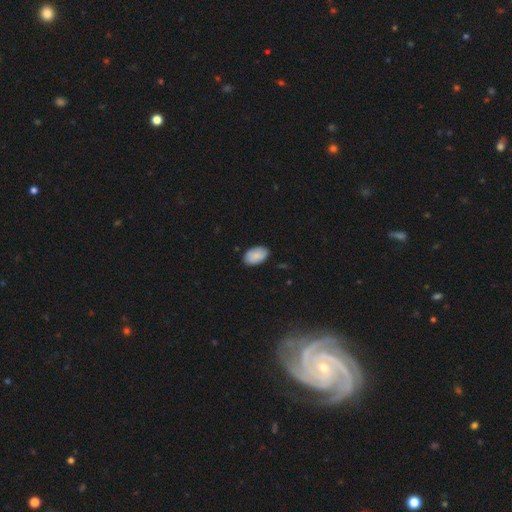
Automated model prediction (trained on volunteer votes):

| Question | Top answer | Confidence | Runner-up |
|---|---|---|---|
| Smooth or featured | smooth | 85% | featured or disk (8%) |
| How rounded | in between | 94% | round (5%) |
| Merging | none | 84% | minor disturbance (13%) |